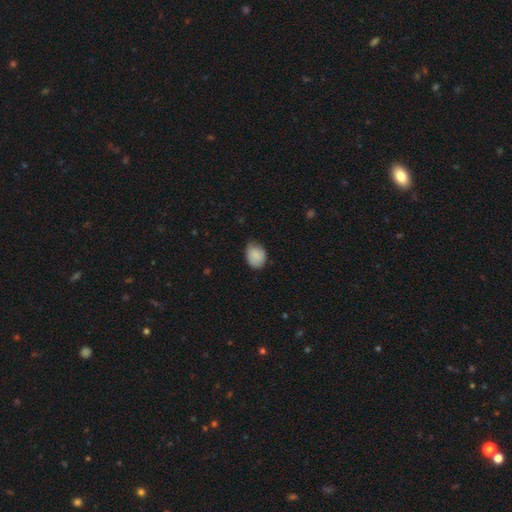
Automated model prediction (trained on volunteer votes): A smooth galaxy with no disk features (86%) that is in between round and cigar-shaped (62%).

Vote fractions:
- Smooth or featured? smooth: 86% / star or artifact: 7% / featured or disk: 7%
- How rounded? in between: 62% / round: 37% / cigar-shaped: 1%
- Merging? none: 56% / minor disturbance: 37% / major disturbance: 6% / merger: 1%